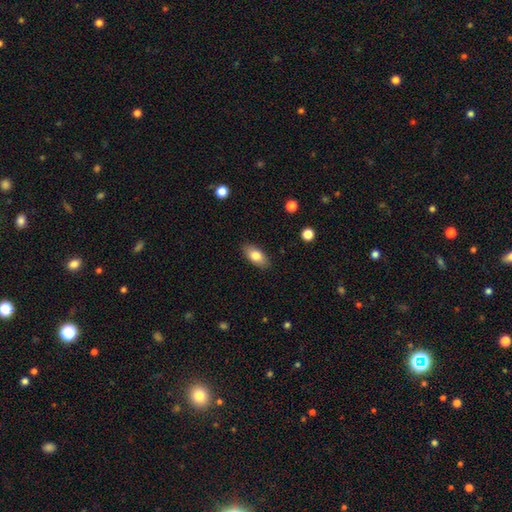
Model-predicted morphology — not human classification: Smooth or featured: smooth — 80% (featured or disk — 13%)
How rounded: in between — 89% (cigar-shaped — 7%)
Merging: none — 87% (minor disturbance — 10%)